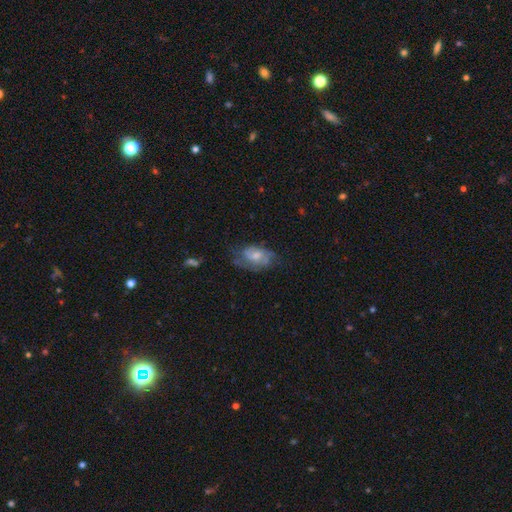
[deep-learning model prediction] Overall: featured or disk (55%; smooth 38%). Edge-on disk: no (95%). Bar: no (60%; weak 34%). Spiral arms: yes (72%). Bulge size: moderate (49%; small 33%). Merging: none (45%; minor disturbance 30%).